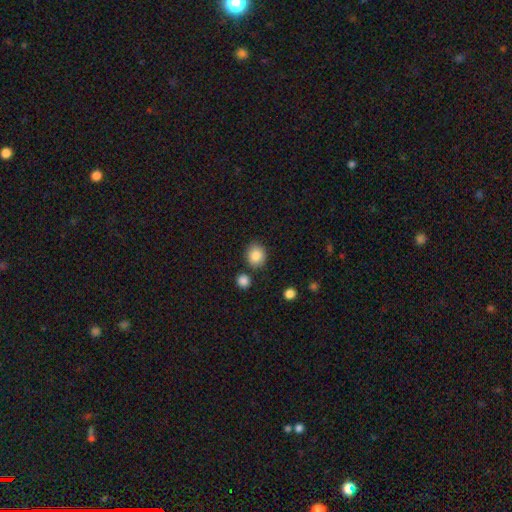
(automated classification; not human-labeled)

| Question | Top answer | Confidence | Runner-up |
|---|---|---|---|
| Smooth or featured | smooth | 85% | star or artifact (9%) |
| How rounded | round | 71% | in between (28%) |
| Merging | none | 80% | minor disturbance (11%) |